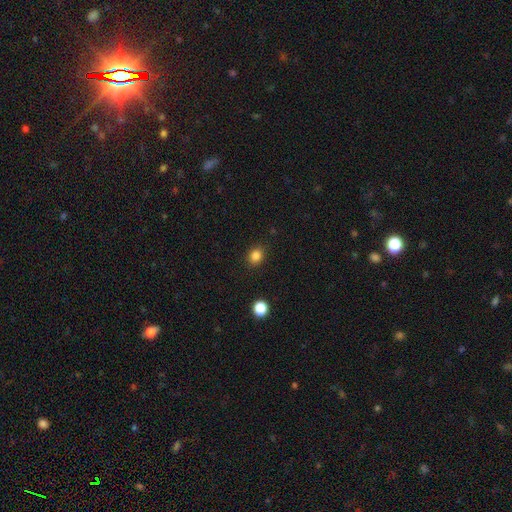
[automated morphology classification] The model was most divided on "how rounded": round: 57%, in between: 42%, cigar-shaped: 1%. More confident: merging — none (89%); smooth or featured — smooth (84%).